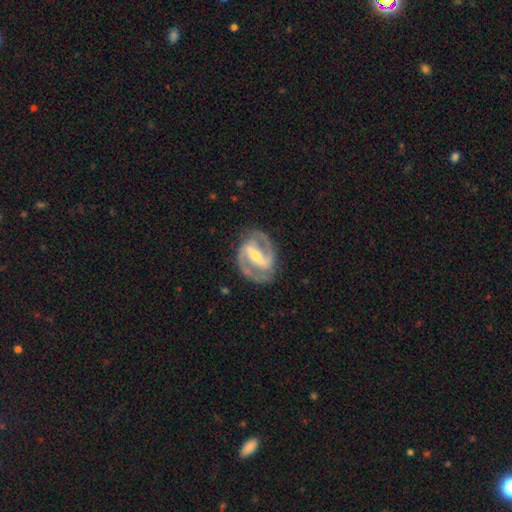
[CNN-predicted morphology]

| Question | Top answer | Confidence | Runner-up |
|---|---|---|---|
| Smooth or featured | featured or disk | 91% | smooth (5%) |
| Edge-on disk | no | 97% | yes (3%) |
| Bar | strong | 70% | weak (23%) |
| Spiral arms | yes | 97% | no (3%) |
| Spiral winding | medium | 56% | tight (32%) |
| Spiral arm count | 2 | 93% | can't tell (2%) |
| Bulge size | small | 53% | moderate (41%) |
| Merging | none | 83% | minor disturbance (11%) |